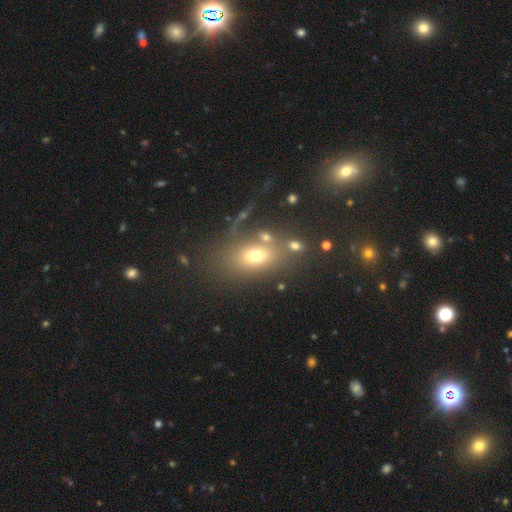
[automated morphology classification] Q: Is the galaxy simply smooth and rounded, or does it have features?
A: smooth — 66%.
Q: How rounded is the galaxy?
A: in between — 74%.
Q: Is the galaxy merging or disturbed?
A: none — 61%.